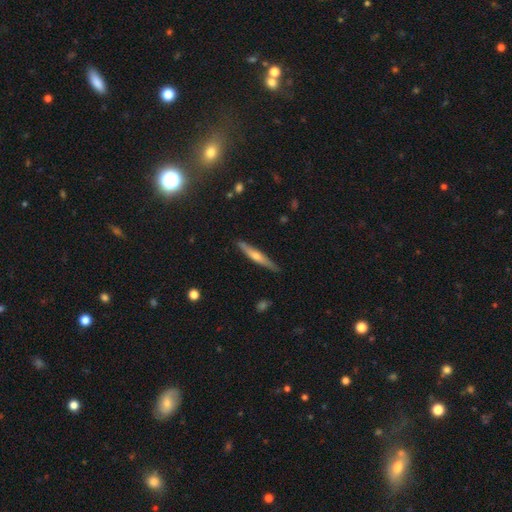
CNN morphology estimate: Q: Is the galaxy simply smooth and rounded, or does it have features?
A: featured or disk — 59%.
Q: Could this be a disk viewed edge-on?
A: yes — 96%.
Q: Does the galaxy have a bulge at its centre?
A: rounded — 78%.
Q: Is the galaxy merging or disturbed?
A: none — 88%.